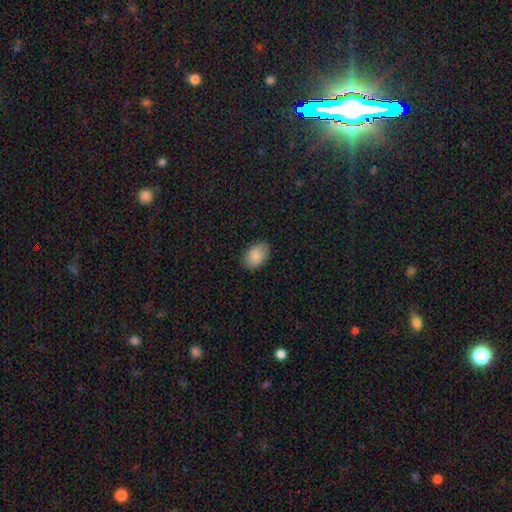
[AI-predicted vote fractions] Morphology: type=smooth (88%); roundness=in between (87%); merging=none (85%).